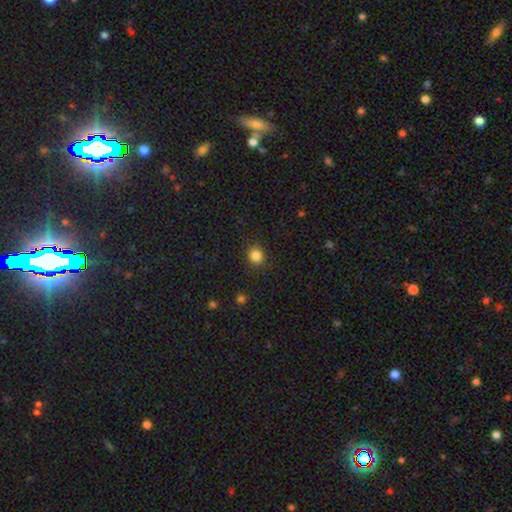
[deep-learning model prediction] smooth-or-featured: smooth: 84% | star or artifact: 12% | featured or disk: 4%
  how-rounded: round: 80% | in between: 19% | cigar-shaped: 1%
  merging: none: 89% | minor disturbance: 7% | major disturbance: 2% | merger: 1%